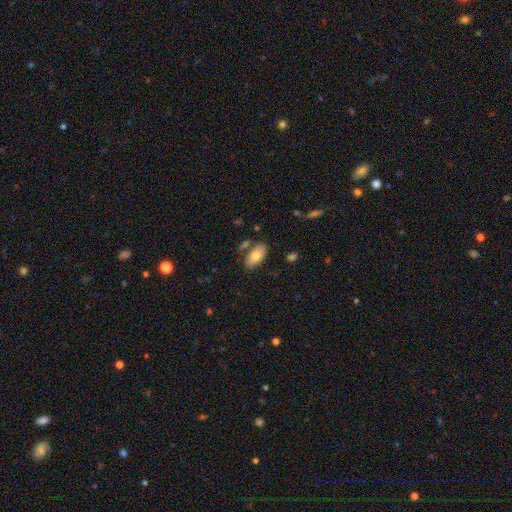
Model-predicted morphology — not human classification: Smooth or featured: smooth — 78% (featured or disk — 15%)
How rounded: in between — 94% (cigar-shaped — 3%)
Merging: none — 72% (minor disturbance — 15%)